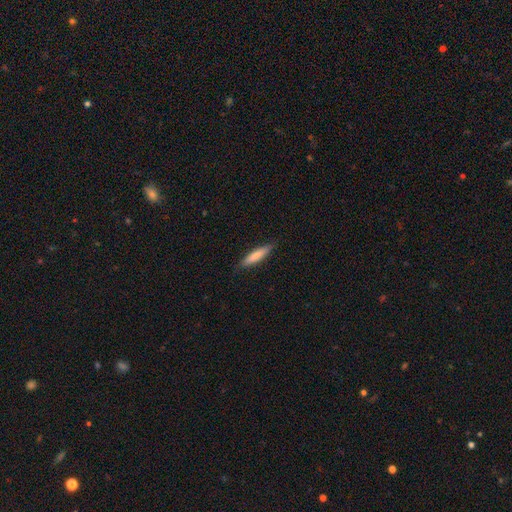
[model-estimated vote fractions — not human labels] Smooth or featured: smooth — 79% (featured or disk — 16%)
How rounded: cigar-shaped — 85% (in between — 14%)
Merging: none — 87% (minor disturbance — 11%)